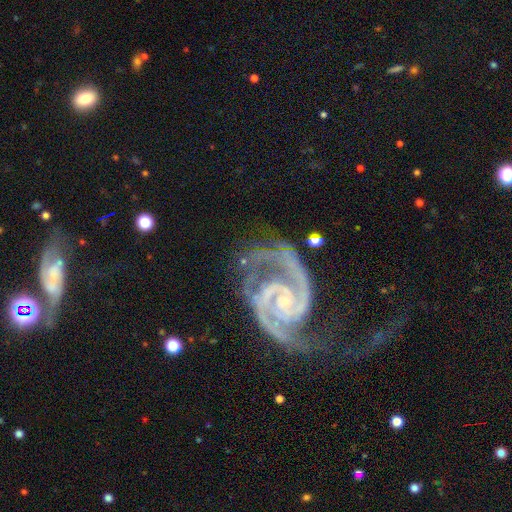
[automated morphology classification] Smooth or featured?
  - featured or disk: 93% *
  - star or artifact: 4%
  - smooth: 2%
Edge-on disk?
  - no: 98% *
  - yes: 2%
Bar?
  - no: 52% *
  - weak: 33%
  - strong: 15%
Spiral arms?
  - yes: 99% *
  - no: 1%
Spiral winding?
  - medium: 51% *
  - tight: 39%
  - loose: 10%
Spiral arm count?
  - 2: 87% *
  - 3: 4%
  - can't tell: 3%
  - 1: 2%
  - 4: 2%
  - more than 4: 2%
Bulge size?
  - small: 76% *
  - moderate: 18%
  - none: 4%
  - large: 1%
  - dominant: 1%
Merging?
  - none: 49% *
  - major disturbance: 24%
  - minor disturbance: 22%
  - merger: 5%